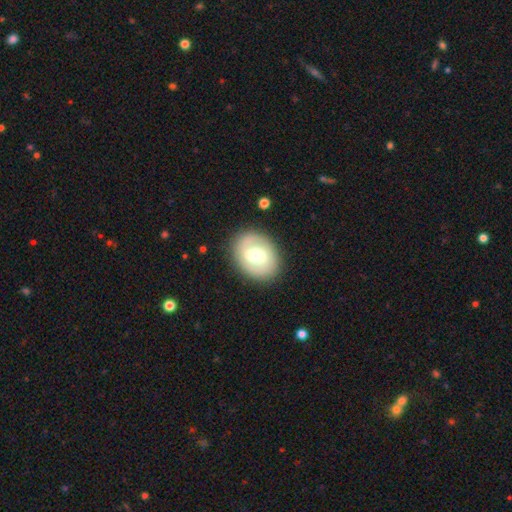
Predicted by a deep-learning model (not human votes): Smooth or featured? featured or disk (49%)
Merging? none (84%)